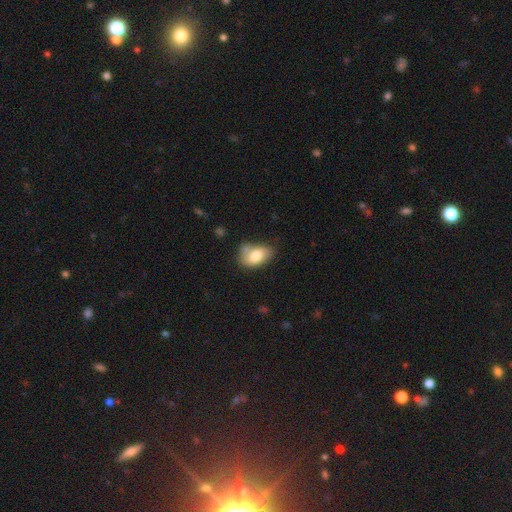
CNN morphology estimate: Smooth or featured?
  - smooth: 76% *
  - featured or disk: 16%
  - star or artifact: 7%
How rounded?
  - in between: 87% *
  - round: 11%
  - cigar-shaped: 1%
Merging?
  - none: 44% *
  - minor disturbance: 34%
  - major disturbance: 11%
  - merger: 11%